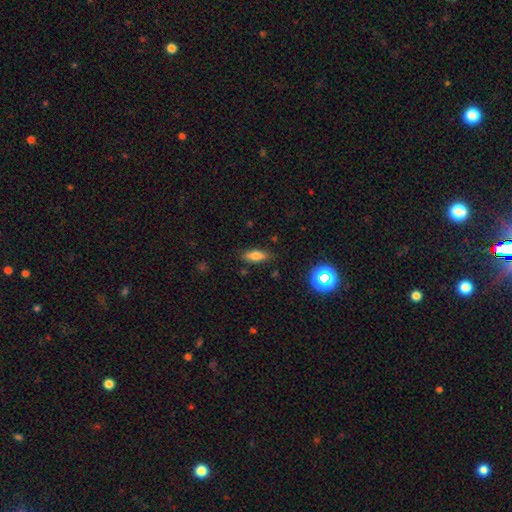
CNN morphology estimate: smooth 73%, featured or disk 17%, star or artifact 10%. Down the decision tree: how rounded — in between (68%); merging — none (83%).